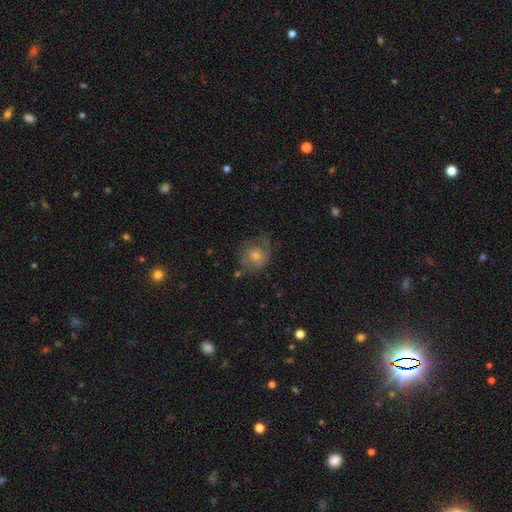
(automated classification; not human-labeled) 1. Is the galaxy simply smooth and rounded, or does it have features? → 46% featured or disk, 39% smooth, 16% star or artifact.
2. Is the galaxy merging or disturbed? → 63% none, 22% minor disturbance, 13% major disturbance, 3% merger.